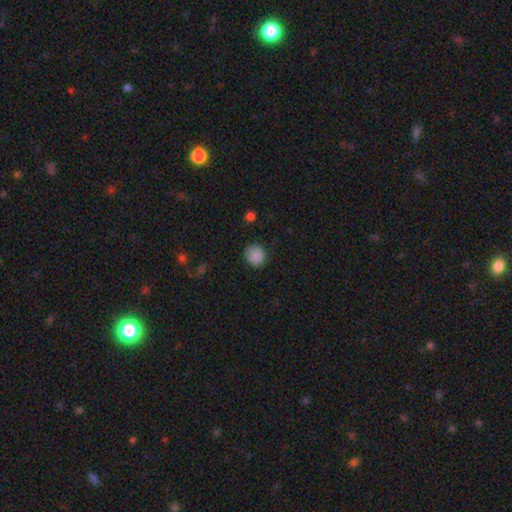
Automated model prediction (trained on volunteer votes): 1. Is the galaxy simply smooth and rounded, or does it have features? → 87% smooth, 9% star or artifact, 4% featured or disk.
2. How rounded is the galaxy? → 90% round, 9% in between, 1% cigar-shaped.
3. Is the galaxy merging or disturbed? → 84% none, 12% minor disturbance, 3% major disturbance, 1% merger.